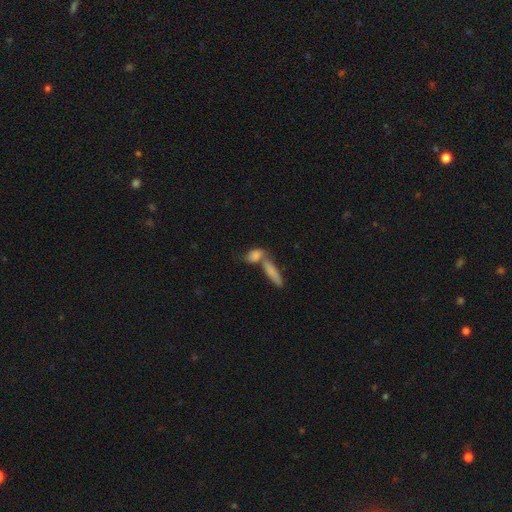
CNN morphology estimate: Smooth or featured? smooth (77%)
How rounded? in between (64%)
Merging? merger (48%)